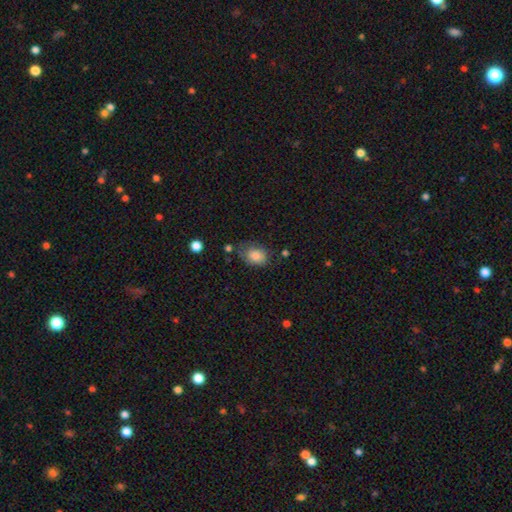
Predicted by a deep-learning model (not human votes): Smooth or featured?
  - smooth: 82% *
  - featured or disk: 10%
  - star or artifact: 8%
How rounded?
  - in between: 71% *
  - round: 28%
  - cigar-shaped: 1%
Merging?
  - none: 57% *
  - minor disturbance: 28%
  - major disturbance: 10%
  - merger: 5%